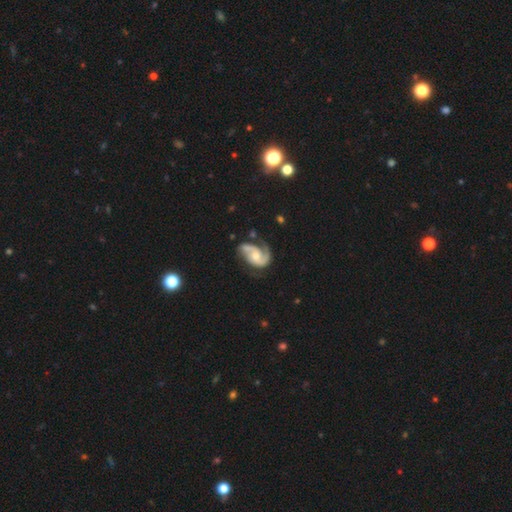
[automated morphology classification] smooth_or_featured: featured or disk (p=0.87) [alt: smooth p=0.08]
disk_edge_on: no (p=0.98) [alt: yes p=0.02]
bar: no (p=0.61) [alt: weak p=0.31]
has_spiral_arms: yes (p=0.97) [alt: no p=0.03]
spiral_winding: medium (p=0.51) [alt: loose p=0.25]
spiral_arm_count: 2 (p=0.82) [alt: 1 p=0.10]
bulge_size: moderate (p=0.53) [alt: small p=0.34]
merging: none (p=0.55) [alt: minor disturbance p=0.24]